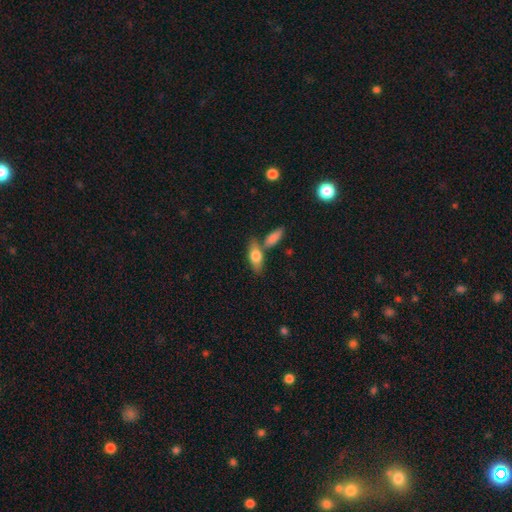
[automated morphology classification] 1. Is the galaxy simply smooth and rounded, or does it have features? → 72% smooth, 22% featured or disk, 6% star or artifact.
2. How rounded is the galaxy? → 76% in between, 19% cigar-shaped, 4% round.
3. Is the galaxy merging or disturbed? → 56% none, 29% merger, 11% minor disturbance, 4% major disturbance.